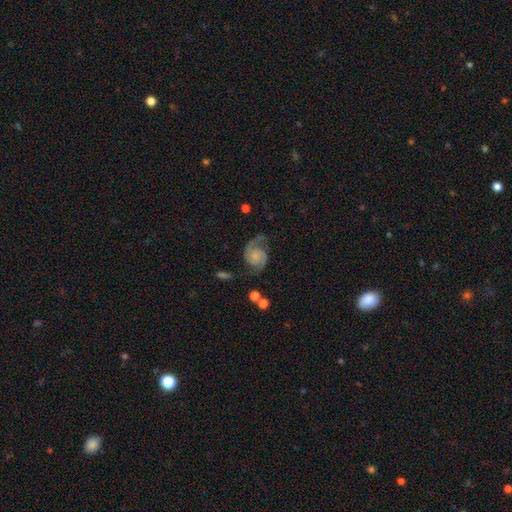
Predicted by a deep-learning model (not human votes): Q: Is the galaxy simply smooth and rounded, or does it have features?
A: featured or disk — 88%.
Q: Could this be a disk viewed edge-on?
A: no — 98%.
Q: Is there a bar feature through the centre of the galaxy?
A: no — 71%.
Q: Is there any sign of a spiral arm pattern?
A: yes — 98%.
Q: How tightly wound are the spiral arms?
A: medium — 52%.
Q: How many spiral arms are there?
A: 2 — 93%.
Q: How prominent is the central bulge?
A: small — 40%.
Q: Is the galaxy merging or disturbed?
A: none — 71%.